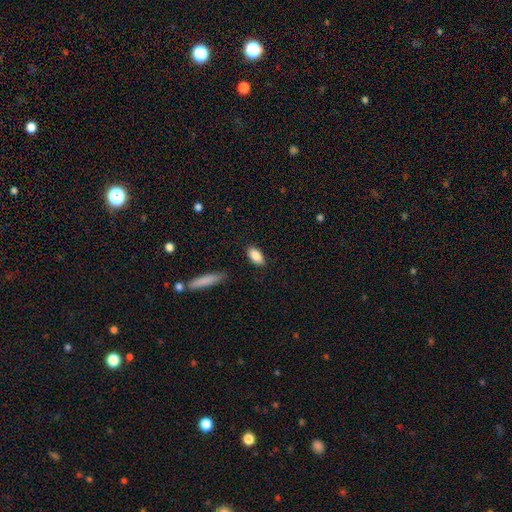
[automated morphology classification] smooth-or-featured: smooth: 88% | star or artifact: 7% | featured or disk: 6%
  how-rounded: in between: 88% | cigar-shaped: 9% | round: 3%
  merging: none: 85% | minor disturbance: 11% | major disturbance: 3% | merger: 2%